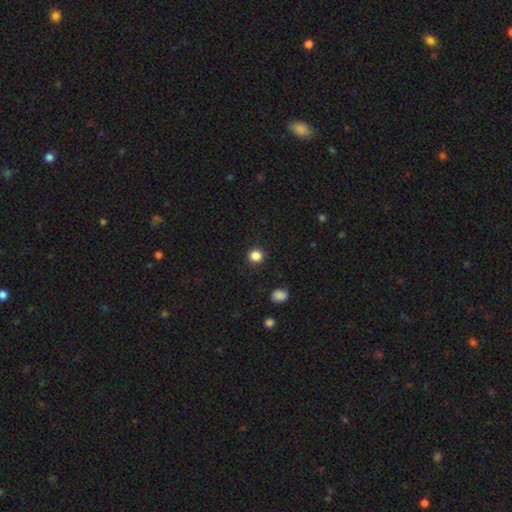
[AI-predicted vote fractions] A smooth galaxy with no disk features (85%) that is round (90%). Merging: none (90%).